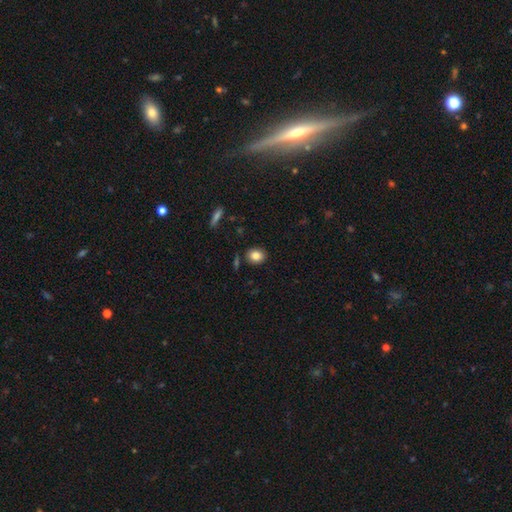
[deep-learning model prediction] Smooth or featured? Predicted: smooth (p=0.83). How rounded? Predicted: round (p=0.59). Merging? Predicted: none (p=0.86).